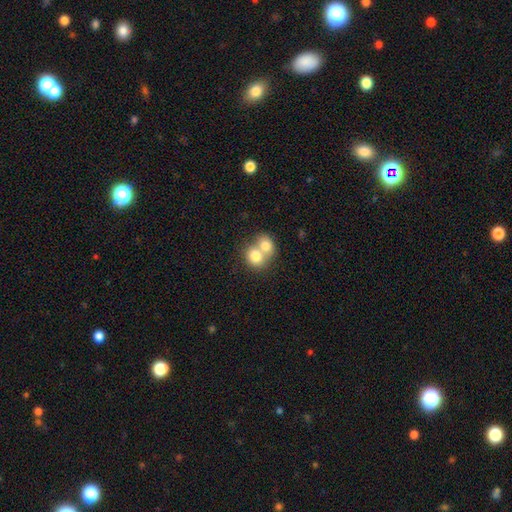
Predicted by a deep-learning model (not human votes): Smooth or featured?
  - smooth: 75% *
  - featured or disk: 17%
  - star or artifact: 8%
How rounded?
  - round: 64% *
  - in between: 35%
  - cigar-shaped: 1%
Merging?
  - merger: 73% *
  - none: 20%
  - minor disturbance: 5%
  - major disturbance: 2%